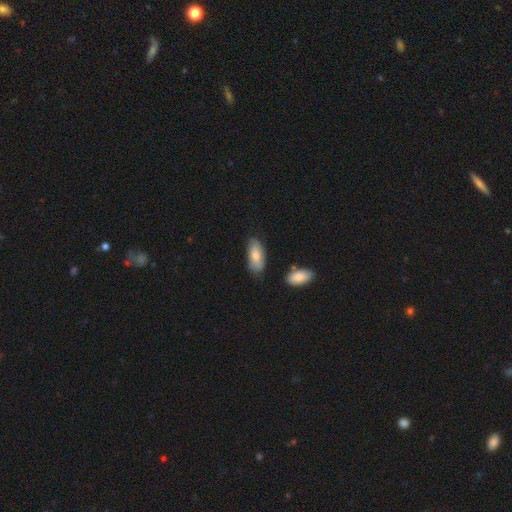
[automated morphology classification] Smooth or featured? Predicted: smooth (p=0.77). How rounded? Predicted: in between (p=0.86). Merging? Predicted: none (p=0.68).